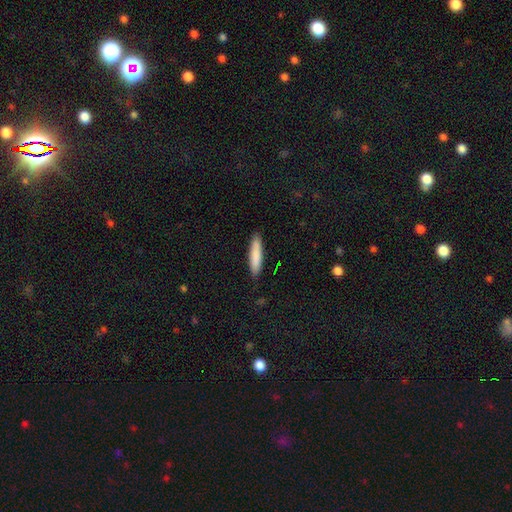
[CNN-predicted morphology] Smooth or featured: smooth — 85% (featured or disk — 9%)
How rounded: cigar-shaped — 84% (in between — 15%)
Merging: none — 88% (minor disturbance — 9%)